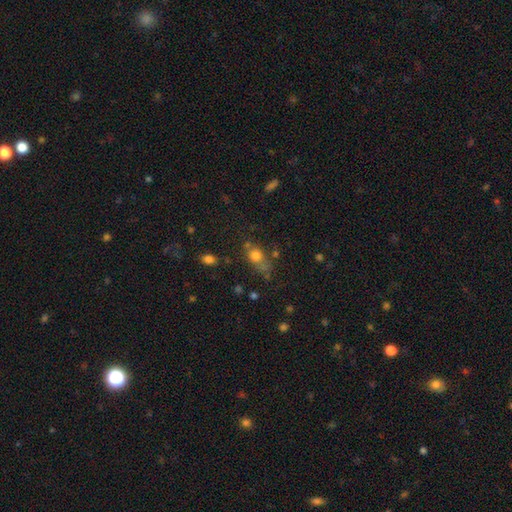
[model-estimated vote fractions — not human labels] Smooth or featured: smooth — 70% (star or artifact — 17%)
How rounded: round — 54% (in between — 41%)
Merging: none — 50% (minor disturbance — 22%)